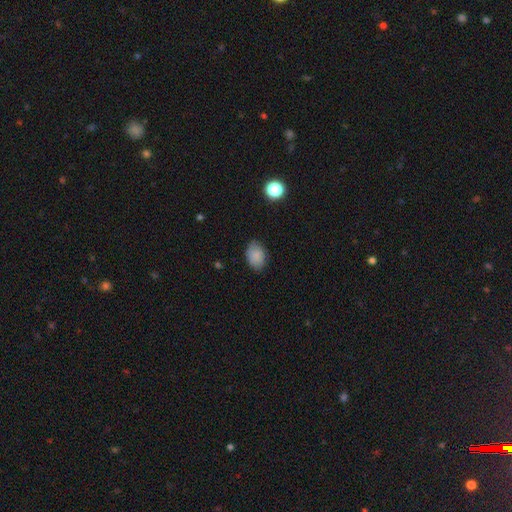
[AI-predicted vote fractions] Q: Smooth or featured?
A: smooth (84%); runner-up: star or artifact (9%)
Q: How rounded?
A: in between (78%); runner-up: round (21%)
Q: Merging?
A: none (79%); runner-up: minor disturbance (17%)